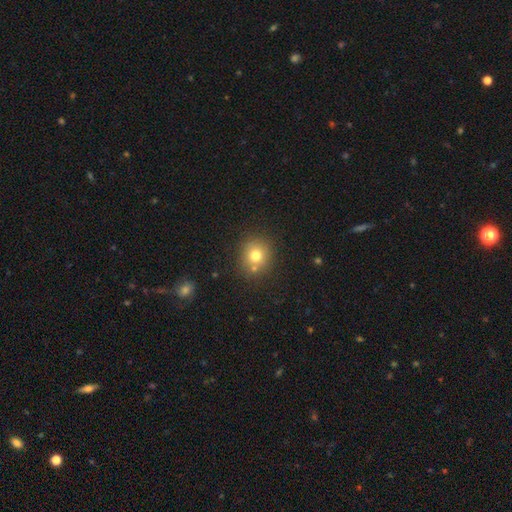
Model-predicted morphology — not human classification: Smooth or featured? smooth (75%)
How rounded? round (86%)
Merging? none (75%)